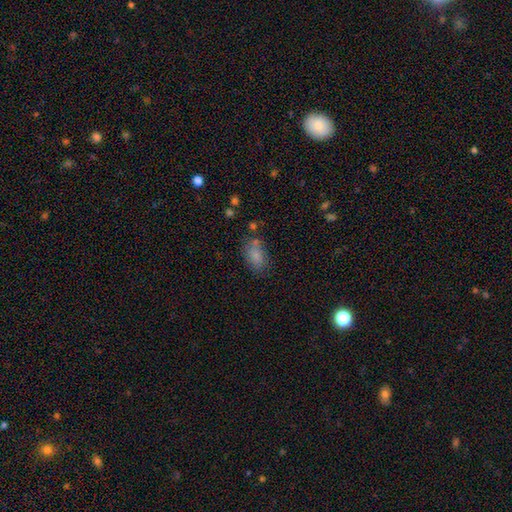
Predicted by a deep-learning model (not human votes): Q: Smooth or featured?
A: smooth (80%); runner-up: star or artifact (10%)
Q: How rounded?
A: in between (88%); runner-up: round (9%)
Q: Merging?
A: none (62%); runner-up: minor disturbance (21%)